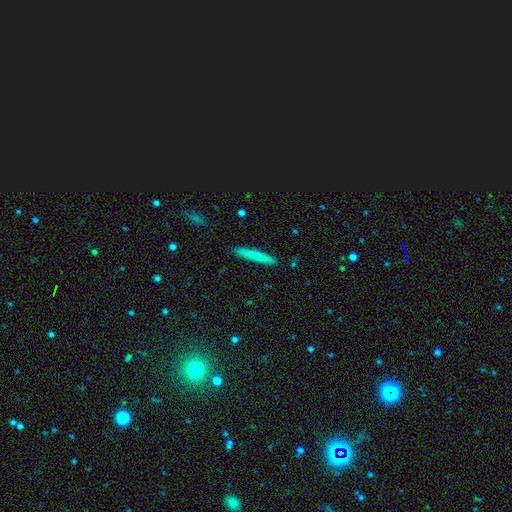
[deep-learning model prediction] Smooth or featured? Predicted: smooth (p=0.73). How rounded? Predicted: cigar-shaped (p=0.95). Merging? Predicted: none (p=0.91).